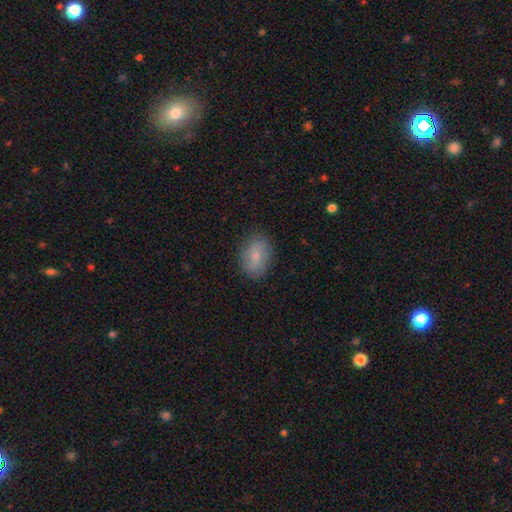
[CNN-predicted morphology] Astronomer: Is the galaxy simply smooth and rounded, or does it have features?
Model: smooth — 80%.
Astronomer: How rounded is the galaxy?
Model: in between — 82%.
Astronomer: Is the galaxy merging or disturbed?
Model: none — 85%.